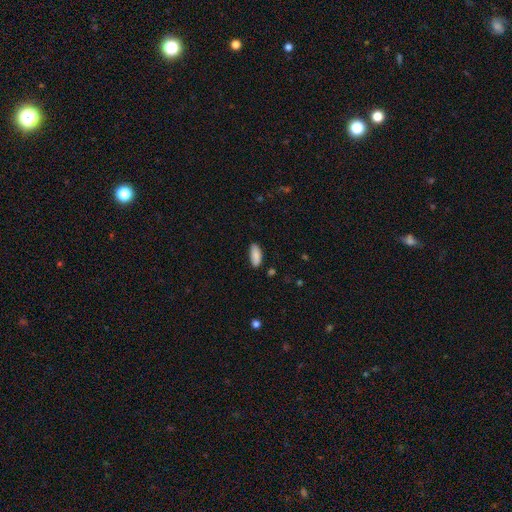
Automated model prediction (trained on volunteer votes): Overall: smooth (89%). How rounded: in between (83%). Merging: none (83%).